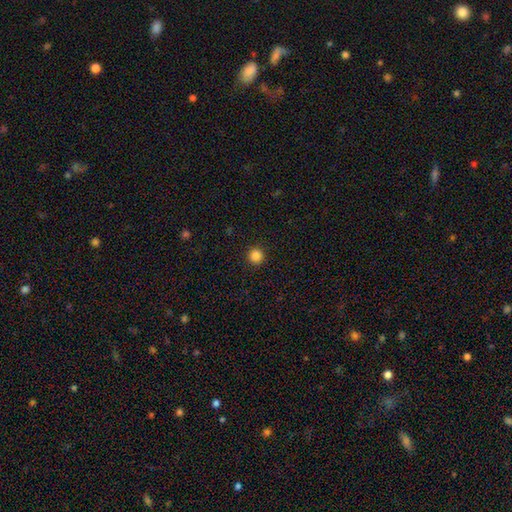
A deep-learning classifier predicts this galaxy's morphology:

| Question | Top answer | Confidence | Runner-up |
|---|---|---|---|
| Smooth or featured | smooth | 85% | star or artifact (12%) |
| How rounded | round | 95% | in between (4%) |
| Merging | none | 92% | minor disturbance (5%) |